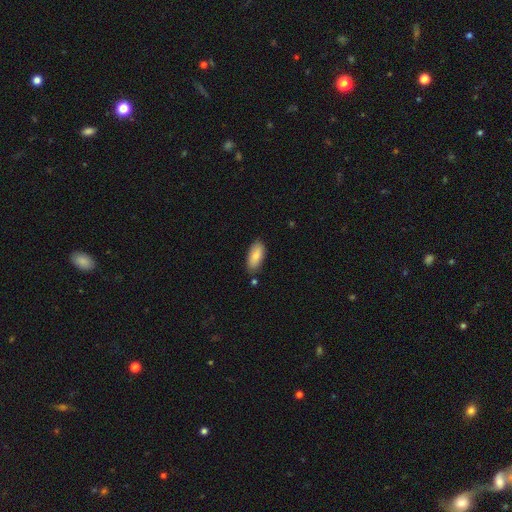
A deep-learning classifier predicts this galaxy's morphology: This appears to be a smooth galaxy with no disk features (81%) that is in between round and cigar-shaped (85%). Merging: none (82%).